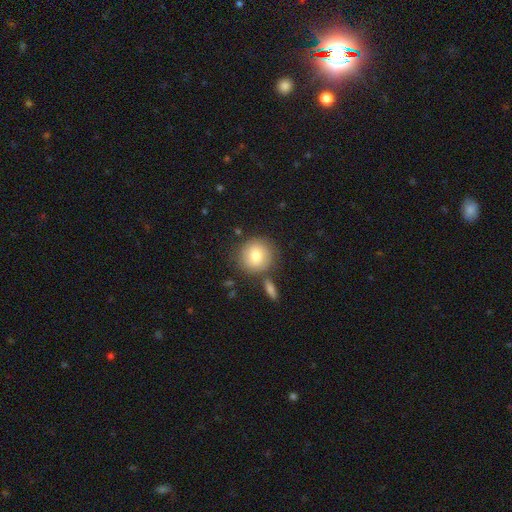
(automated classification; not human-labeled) A smooth galaxy with no disk features (71%) that is round (92%). Merging: none (75%).